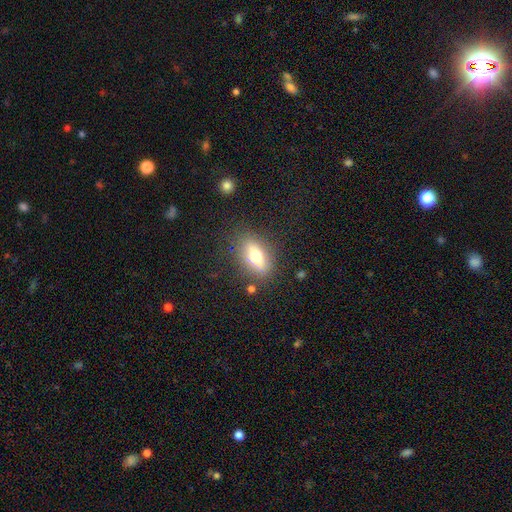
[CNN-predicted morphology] Smooth or featured?
  - smooth: 53% *
  - featured or disk: 37%
  - star or artifact: 10%
How rounded?
  - in between: 71% *
  - cigar-shaped: 20%
  - round: 9%
Merging?
  - none: 82% *
  - minor disturbance: 12%
  - major disturbance: 4%
  - merger: 2%